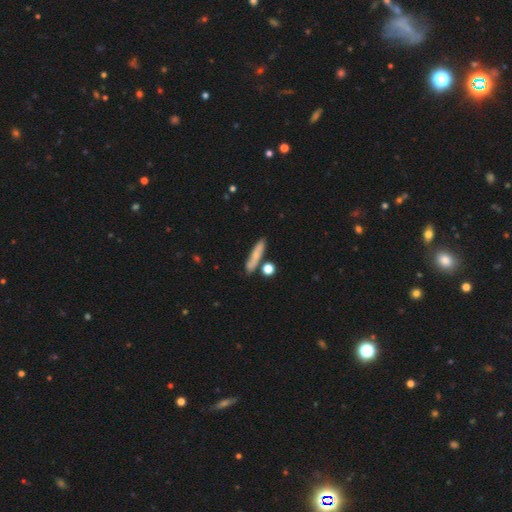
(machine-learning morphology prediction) Smooth or featured? smooth (67%)
How rounded? cigar-shaped (78%)
Merging? none (74%)